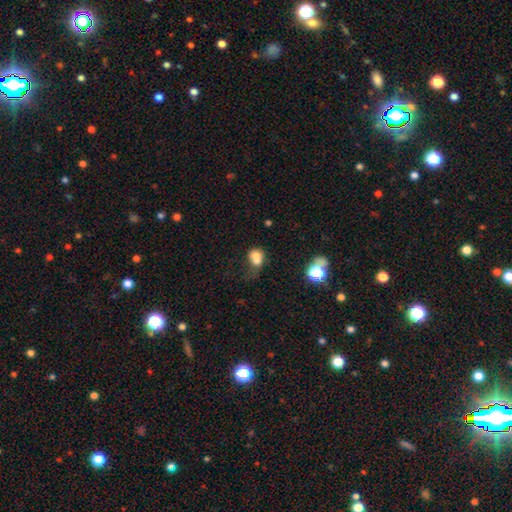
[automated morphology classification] Q: Smooth or featured?
A: smooth (71%); runner-up: featured or disk (17%)
Q: How rounded?
A: round (55%); runner-up: in between (44%)
Q: Merging?
A: merger (56%); runner-up: none (21%)